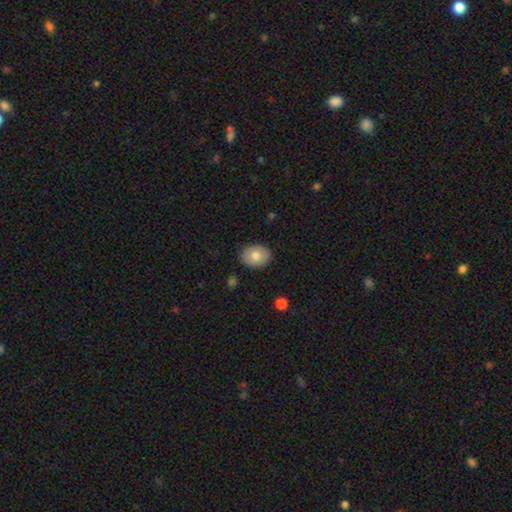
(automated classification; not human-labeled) Q: Smooth or featured?
A: smooth (76%); runner-up: featured or disk (16%)
Q: How rounded?
A: in between (62%); runner-up: round (37%)
Q: Merging?
A: none (88%); runner-up: minor disturbance (9%)